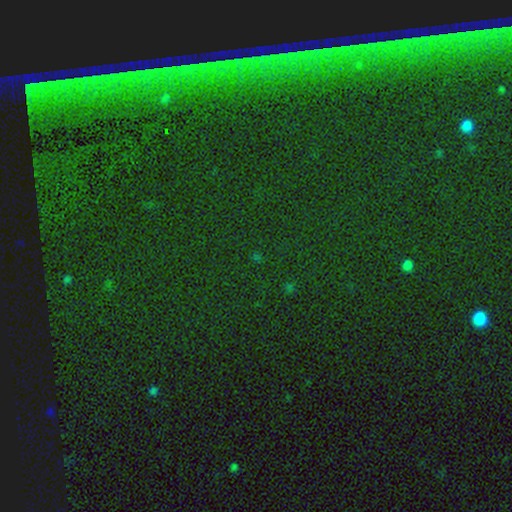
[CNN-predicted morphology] The model was most divided on "smooth or featured": star or artifact: 79%, smooth: 11%, featured or disk: 10%.